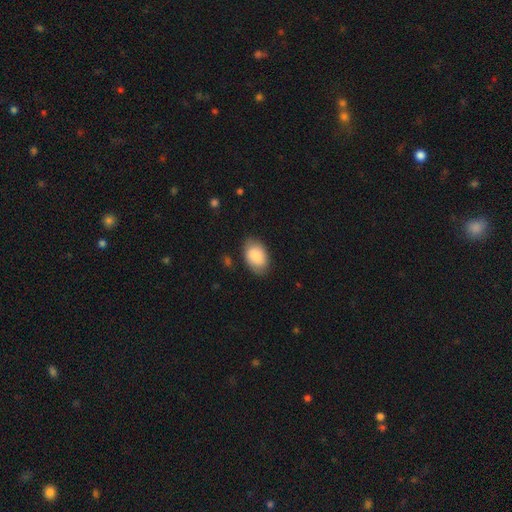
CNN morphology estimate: Overall: smooth (84%). How rounded: in between (88%). Merging: none (79%).